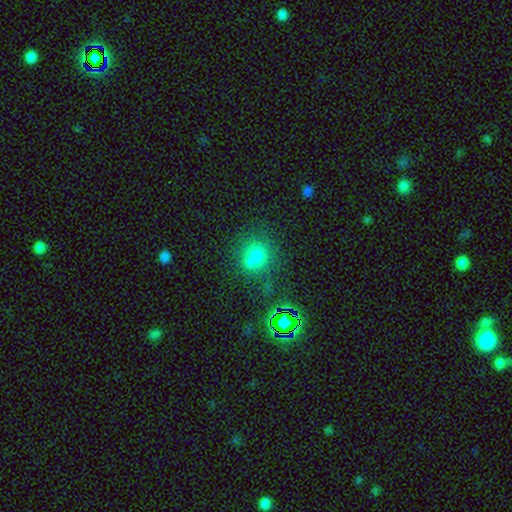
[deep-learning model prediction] smooth-or-featured: smooth: 66% | star or artifact: 24% | featured or disk: 11%
  how-rounded: round: 65% | in between: 33% | cigar-shaped: 2%
  merging: none: 55% | minor disturbance: 18% | merger: 16% | major disturbance: 11%